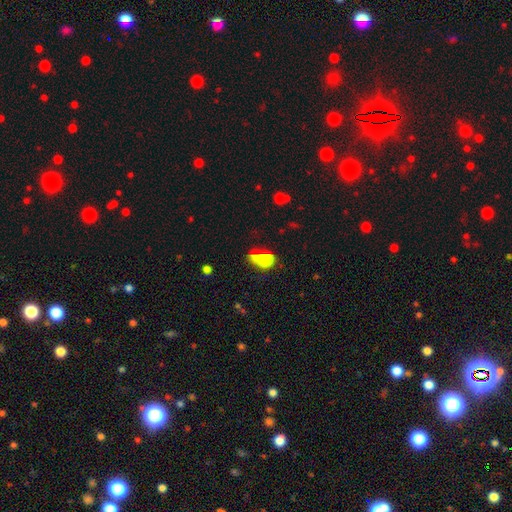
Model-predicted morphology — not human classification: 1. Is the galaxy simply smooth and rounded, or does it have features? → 49% smooth, 41% star or artifact, 9% featured or disk.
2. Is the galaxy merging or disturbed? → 63% none, 14% minor disturbance, 13% merger, 10% major disturbance.